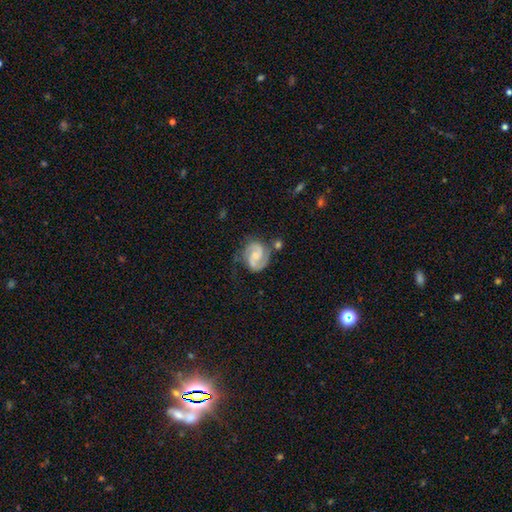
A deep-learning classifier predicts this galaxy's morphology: This is clearly a featured or disk galaxy (87%). It is clearly not viewed edge-on (98%). Bar: possibly no (46%). Spiral arm pattern: clearly yes (98%). Spiral arm count: clearly 2 (92%). Spiral winding: possibly medium (51%). Central bulge: marginally small (40%). Merging: likely none (65%).